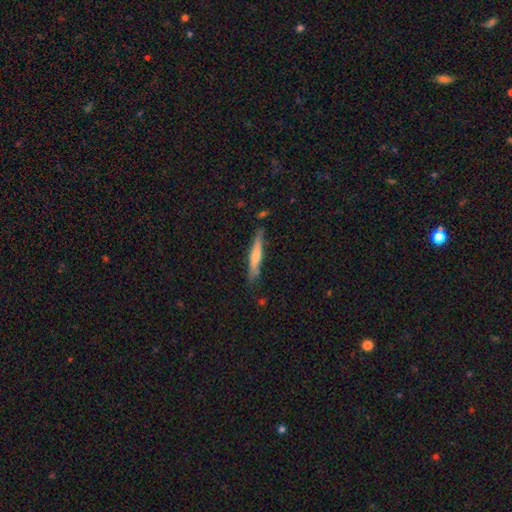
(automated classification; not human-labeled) smooth_or_featured: featured or disk (p=0.53) [alt: smooth p=0.40]
disk_edge_on: yes (p=0.95) [alt: no p=0.05]
edge_on_bulge: rounded (p=0.53) [alt: none p=0.34]
merging: none (p=0.85) [alt: minor disturbance p=0.11]